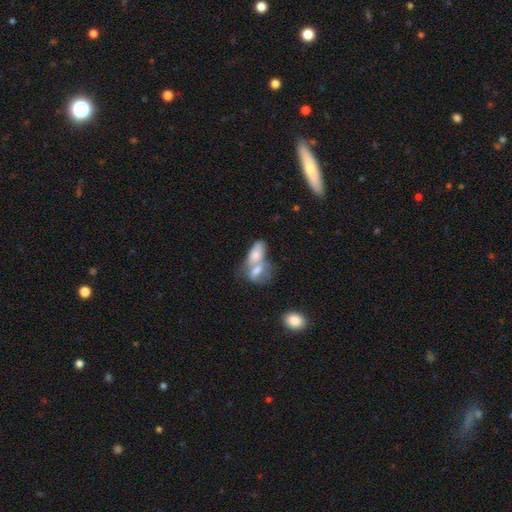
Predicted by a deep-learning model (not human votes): smooth-or-featured: smooth: 68% | featured or disk: 24% | star or artifact: 8%
  how-rounded: in between: 86% | round: 8% | cigar-shaped: 6%
  merging: merger: 73% | none: 14% | minor disturbance: 7% | major disturbance: 6%